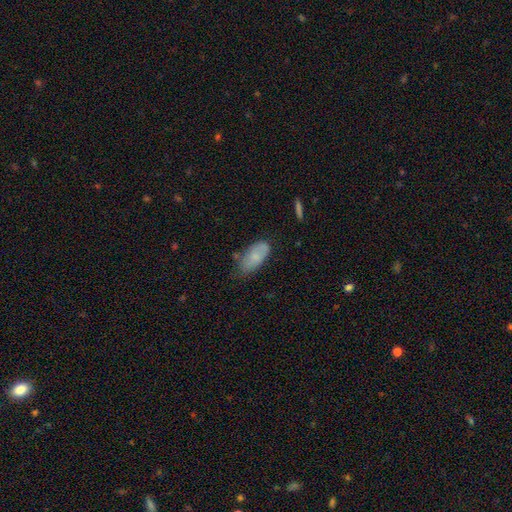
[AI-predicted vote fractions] Overall: smooth (72%). How rounded: in between (90%). Merging: none (55%; minor disturbance 32%).